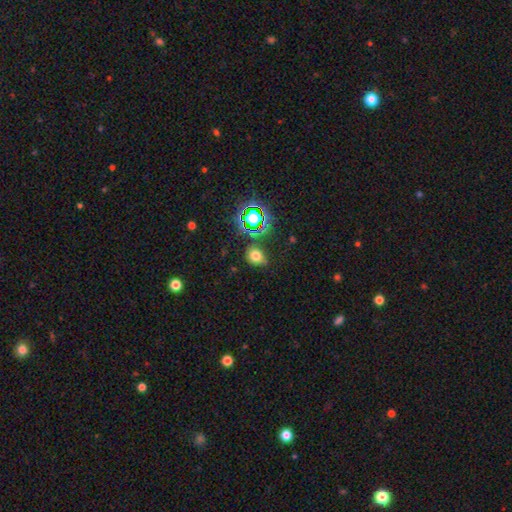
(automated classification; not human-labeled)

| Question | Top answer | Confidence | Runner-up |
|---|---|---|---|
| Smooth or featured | smooth | 68% | star or artifact (23%) |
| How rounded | round | 55% | in between (44%) |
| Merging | none | 72% | minor disturbance (18%) |